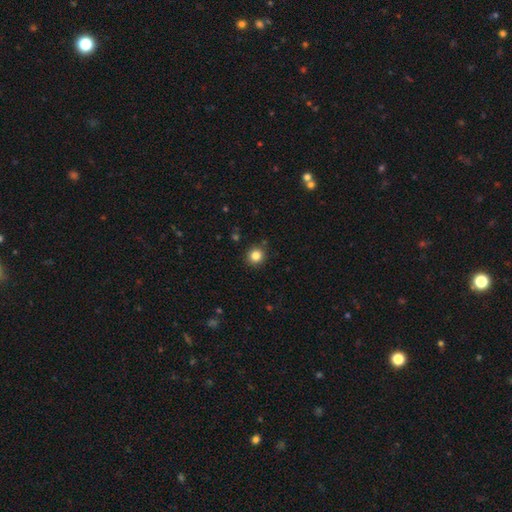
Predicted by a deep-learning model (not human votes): smooth_or_featured: smooth (p=0.83) [alt: star or artifact p=0.12]
how_rounded: round (p=0.92) [alt: in between p=0.07]
merging: none (p=0.90) [alt: minor disturbance p=0.06]